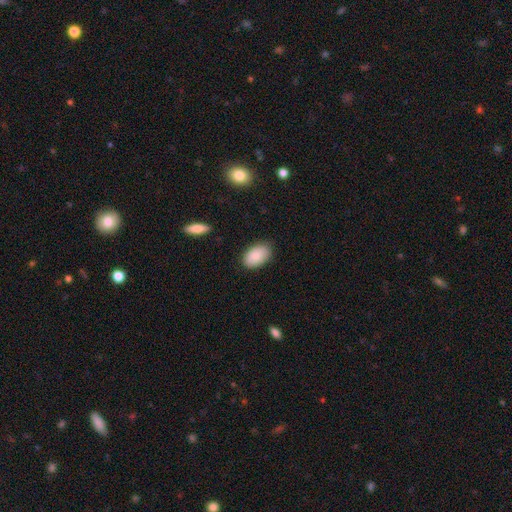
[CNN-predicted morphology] Smooth or featured? Predicted: smooth (p=0.87). How rounded? Predicted: in between (p=0.92). Merging? Predicted: none (p=0.83).